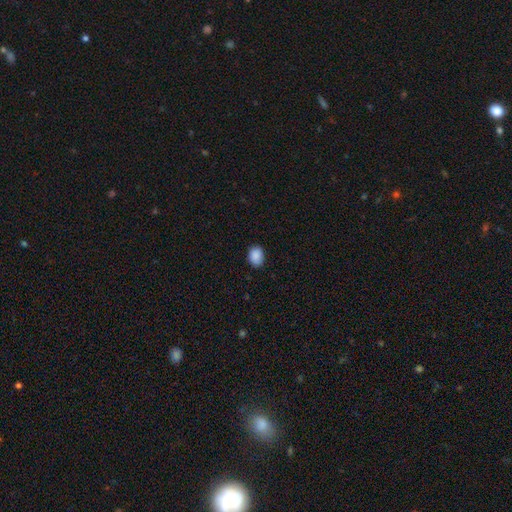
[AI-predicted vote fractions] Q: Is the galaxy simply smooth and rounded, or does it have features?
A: smooth — 89%.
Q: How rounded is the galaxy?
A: in between — 65%.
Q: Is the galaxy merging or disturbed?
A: none — 84%.